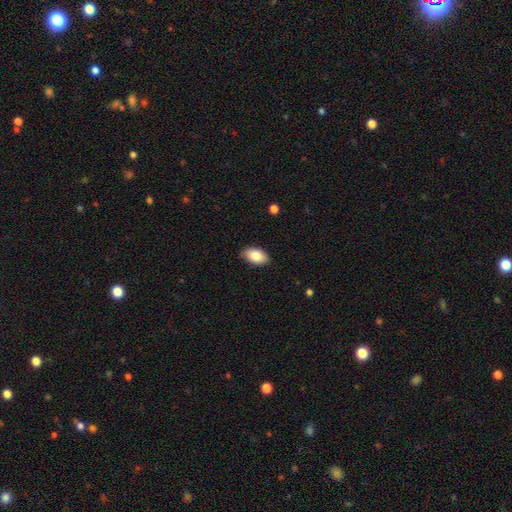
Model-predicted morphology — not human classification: smooth_or_featured: smooth (p=0.82) [alt: featured or disk p=0.11]
how_rounded: in between (p=0.93) [alt: round p=0.05]
merging: none (p=0.84) [alt: minor disturbance p=0.13]